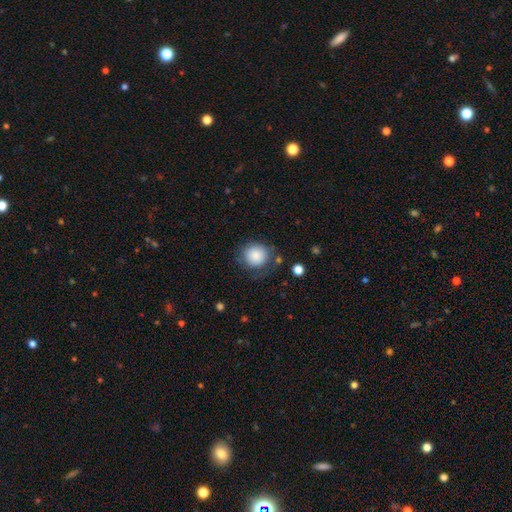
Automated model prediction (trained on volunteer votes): Smooth or featured: smooth — 86% (star or artifact — 8%)
How rounded: round — 88% (in between — 11%)
Merging: none — 71% (minor disturbance — 18%)